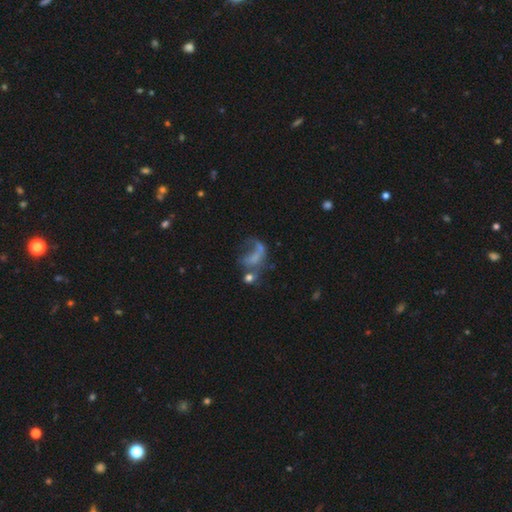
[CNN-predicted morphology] smooth-or-featured: featured or disk: 52% | smooth: 31% | star or artifact: 17%
  disk-edge-on: no: 97% | yes: 3%
    bar: no: 76% | weak: 18% | strong: 6%
    has-spiral-arms: no: 60% | yes: 40%
    bulge-size: none: 66% | small: 19% | moderate: 10% | large: 3% | dominant: 2%
  merging: major disturbance: 44% | none: 23% | merger: 21% | minor disturbance: 12%